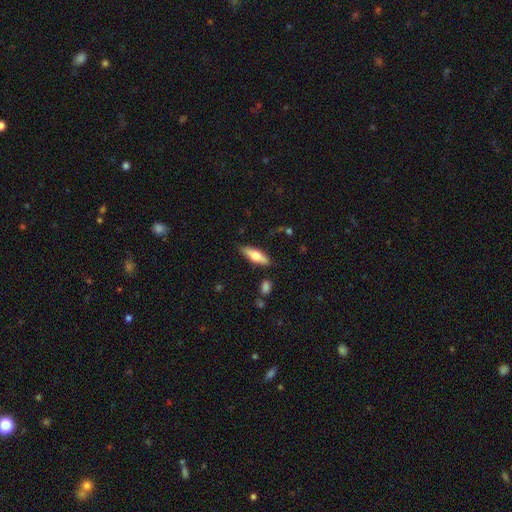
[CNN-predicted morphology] smooth-or-featured: smooth: 55% | featured or disk: 39% | star or artifact: 6%
  how-rounded: in between: 49% | cigar-shaped: 48% | round: 2%
  merging: none: 84% | minor disturbance: 11% | major disturbance: 2% | merger: 2%